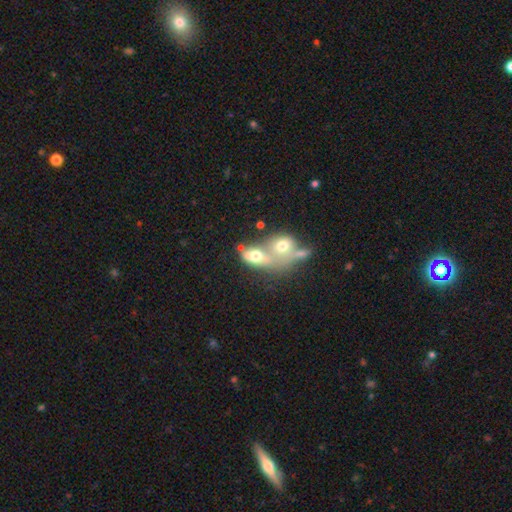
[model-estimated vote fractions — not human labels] Overall: smooth (64%; featured or disk 26%). How rounded: in between (69%). Merging: merger (71%).